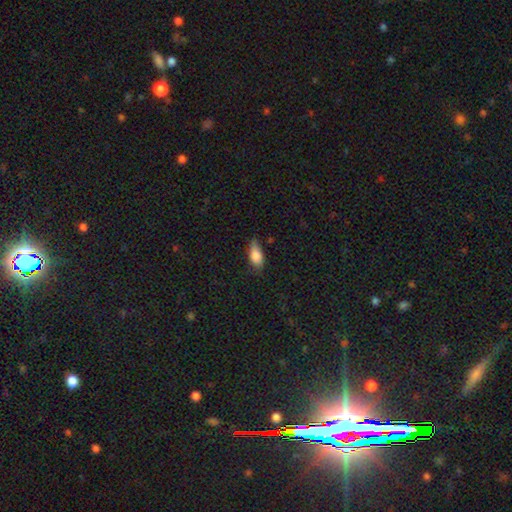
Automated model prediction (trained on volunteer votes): Q: Smooth or featured?
A: smooth (83%); runner-up: featured or disk (9%)
Q: How rounded?
A: in between (86%); runner-up: cigar-shaped (11%)
Q: Merging?
A: none (59%); runner-up: minor disturbance (33%)